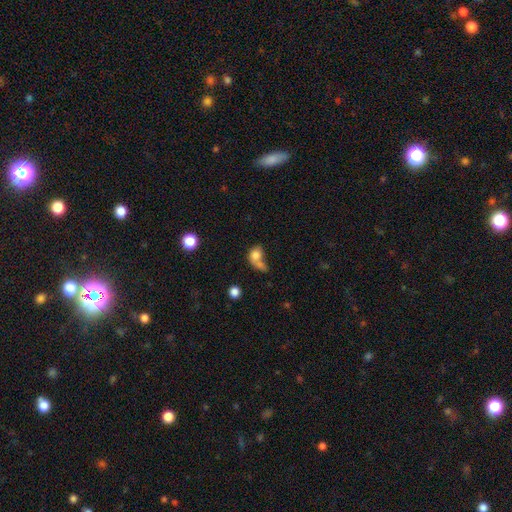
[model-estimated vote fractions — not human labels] This appears to be a smooth galaxy with no disk features (75%) that is round (52%). Merging: merger (51%).